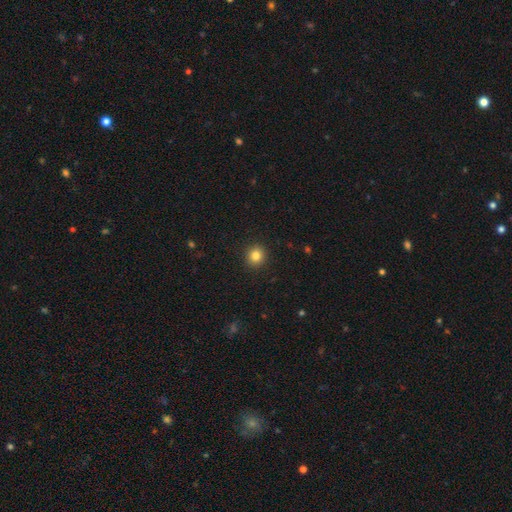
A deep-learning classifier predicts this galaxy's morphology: This appears to be a smooth galaxy with no disk features (83%) that is round (90%). Merging: none (92%).